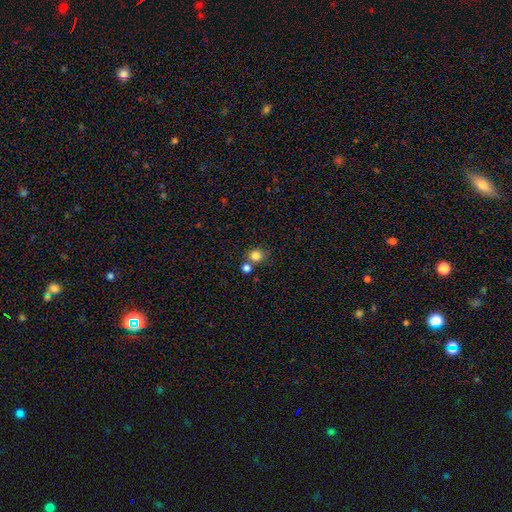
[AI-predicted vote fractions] Q: Smooth or featured?
A: smooth (82%); runner-up: star or artifact (12%)
Q: How rounded?
A: round (80%); runner-up: in between (19%)
Q: Merging?
A: none (62%); runner-up: merger (25%)